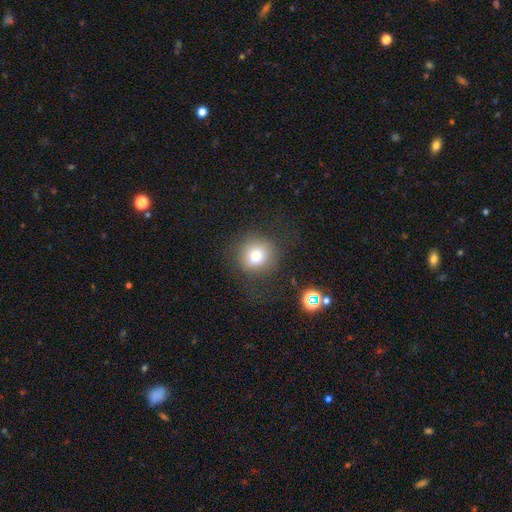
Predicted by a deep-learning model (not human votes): Smooth or featured? Predicted: smooth (p=0.76). How rounded? Predicted: round (p=0.90). Merging? Predicted: none (p=0.77).